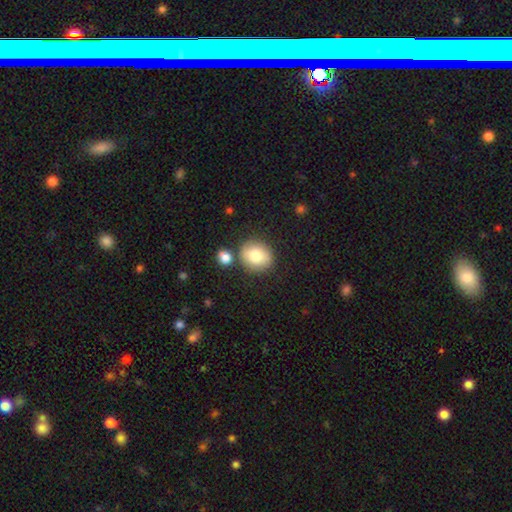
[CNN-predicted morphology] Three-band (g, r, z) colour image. It shows a smooth galaxy with no disk features (79%) that is round (78%). Merging: none (76%).